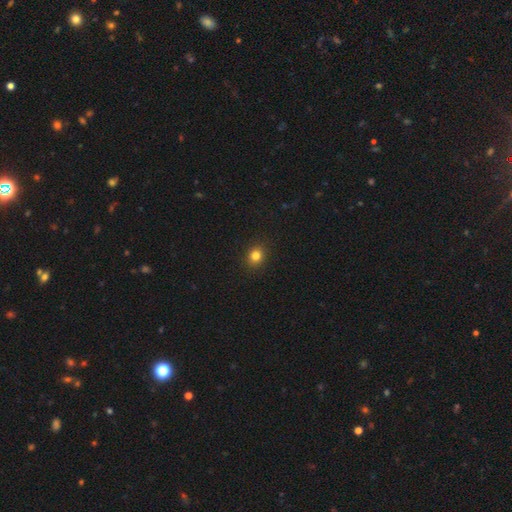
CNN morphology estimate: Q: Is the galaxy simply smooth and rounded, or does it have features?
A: smooth — 82%.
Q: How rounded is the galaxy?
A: round — 75%.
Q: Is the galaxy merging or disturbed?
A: none — 91%.